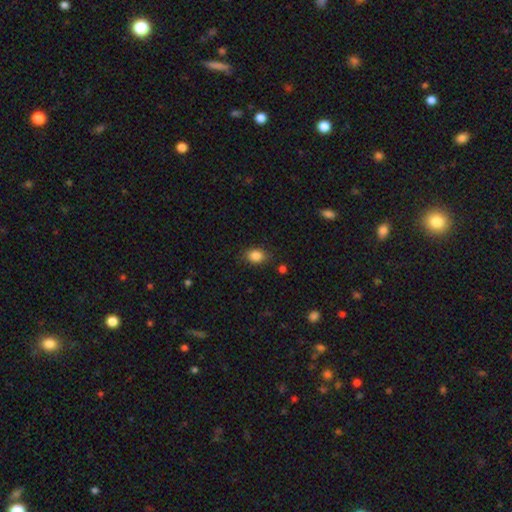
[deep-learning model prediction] Smooth or featured? Predicted: smooth (p=0.85). How rounded? Predicted: in between (p=0.69). Merging? Predicted: none (p=0.83).